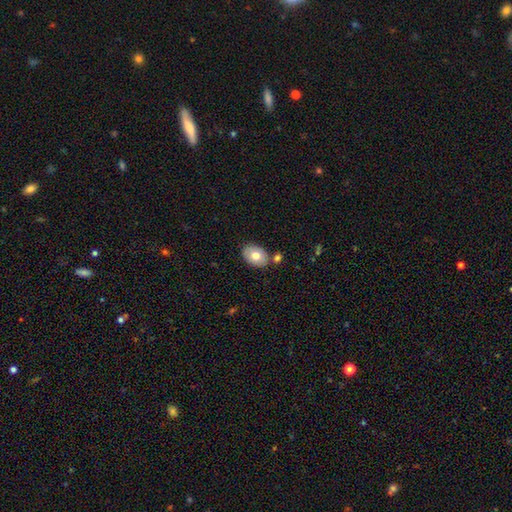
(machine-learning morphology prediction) This appears to be a smooth galaxy with no disk features (75%) that is in between round and cigar-shaped (81%). Merging: none (73%).